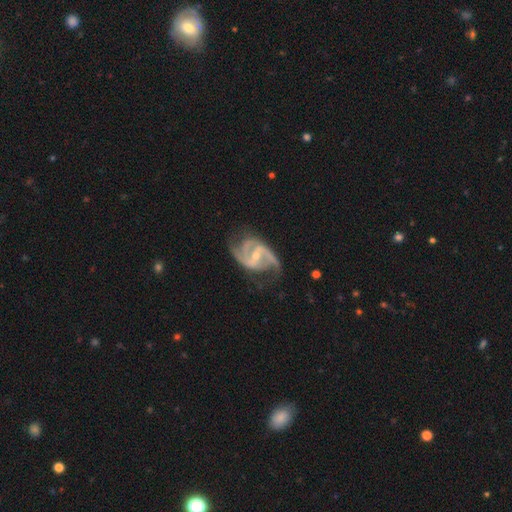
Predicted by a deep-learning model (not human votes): The model was most divided on "bar": weak: 44%, strong: 34%, no: 22%. More confident: spiral arms — yes (98%); edge-on disk — no (98%); smooth or featured — featured or disk (92%); spiral arm count — 2 (67%); merging — none (63%); bulge size — small (59%); spiral winding — medium (54%).